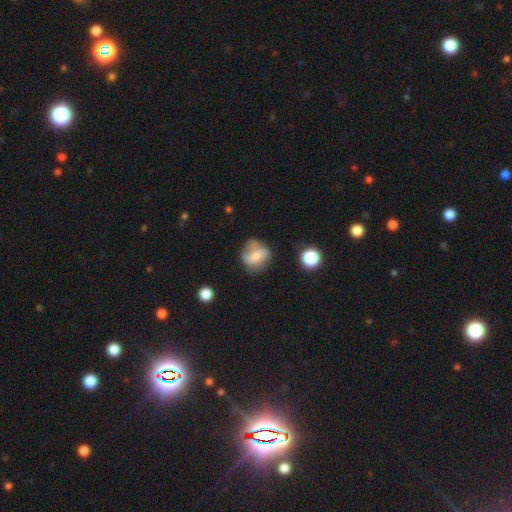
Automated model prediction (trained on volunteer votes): Smooth or featured: smooth — 60% (featured or disk — 31%)
How rounded: round — 68% (in between — 30%)
Merging: none — 55% (minor disturbance — 27%)